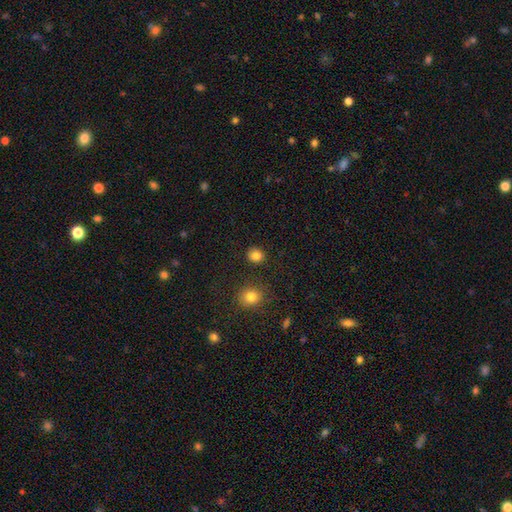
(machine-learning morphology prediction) Overall: smooth (84%). How rounded: round (85%). Merging: none (89%).